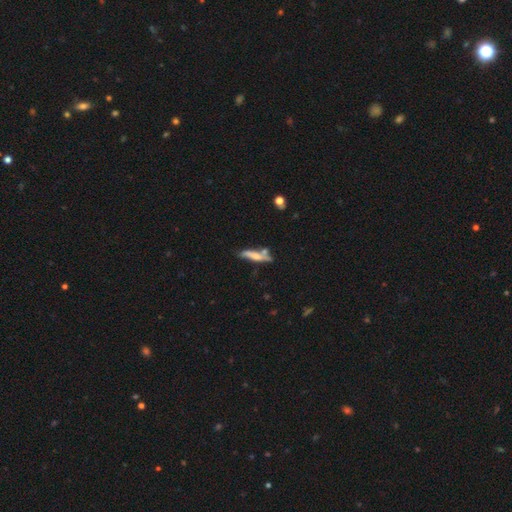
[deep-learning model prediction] The model was most divided on "smooth or featured": smooth: 48%, featured or disk: 45%, star or artifact: 7%. More confident: merging — none (56%).